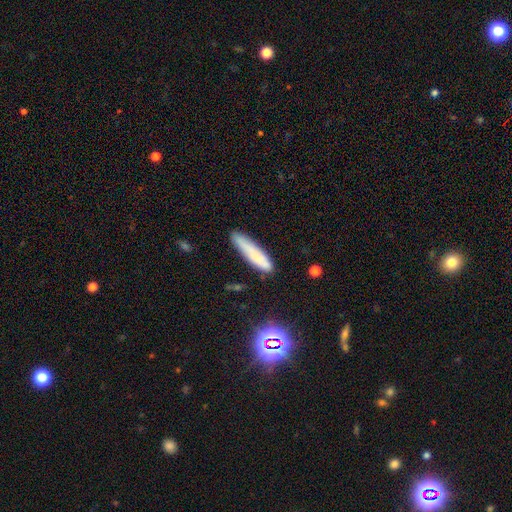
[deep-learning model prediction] smooth-or-featured: smooth: 74% | featured or disk: 16% | star or artifact: 10%
  how-rounded: cigar-shaped: 87% | in between: 12% | round: 2%
  merging: none: 75% | minor disturbance: 18% | major disturbance: 4% | merger: 3%